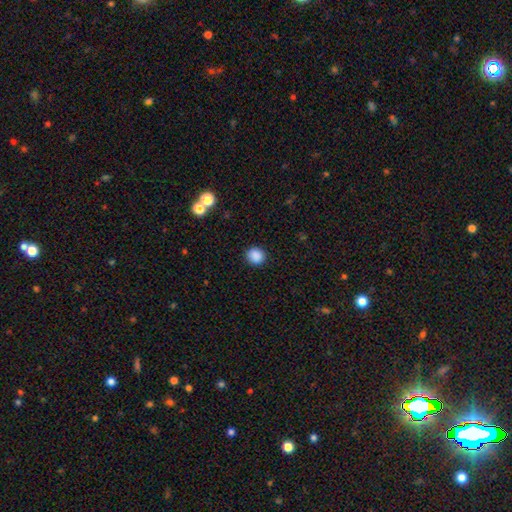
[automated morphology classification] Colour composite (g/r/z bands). It shows a smooth galaxy with no disk features (87%) that is round (83%). Merging: none (90%).